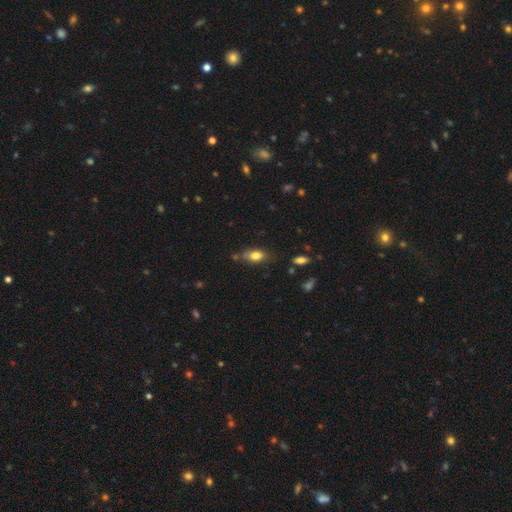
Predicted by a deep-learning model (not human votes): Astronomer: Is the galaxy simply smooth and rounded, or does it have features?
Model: smooth — 79%.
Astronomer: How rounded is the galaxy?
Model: in between — 84%.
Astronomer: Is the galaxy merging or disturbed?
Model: none — 64%.